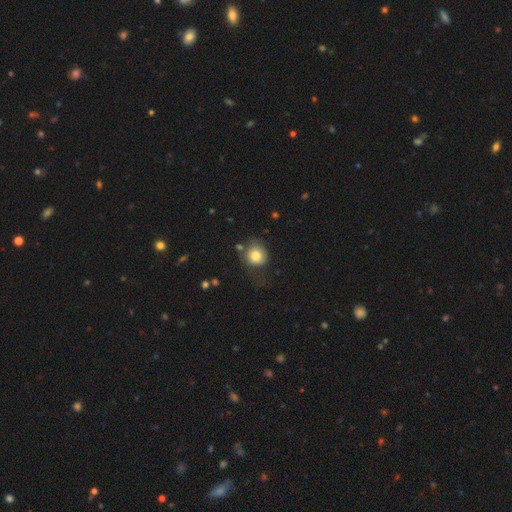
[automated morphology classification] Overall: smooth (80%). How rounded: round (86%). Merging: none (60%; minor disturbance 23%).